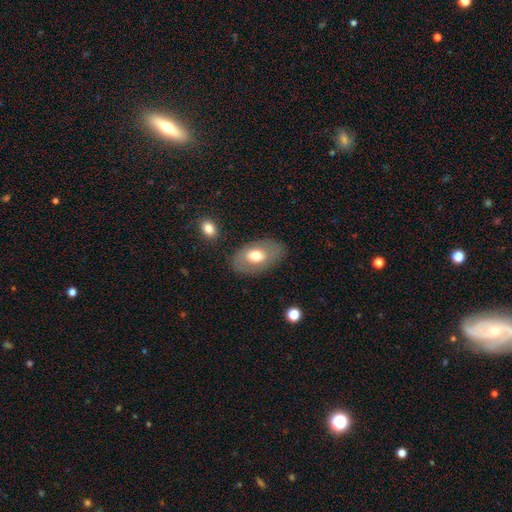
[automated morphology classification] Smooth or featured: smooth — 61% (featured or disk — 32%)
How rounded: in between — 90% (round — 9%)
Merging: none — 80% (minor disturbance — 13%)